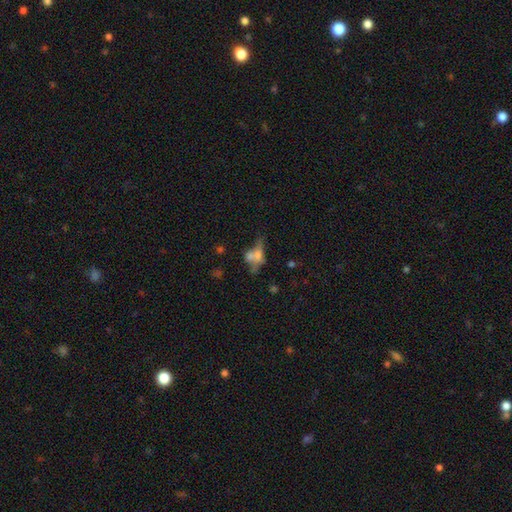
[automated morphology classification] Smooth or featured? smooth (46%)
Merging? merger (42%)